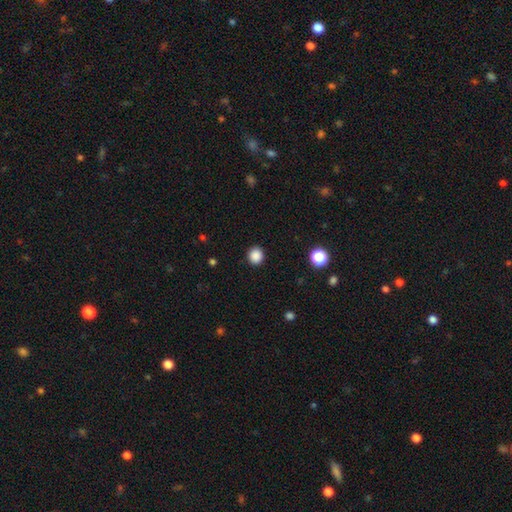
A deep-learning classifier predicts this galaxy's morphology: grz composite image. It shows a smooth galaxy with no disk features (87%) that is round (88%). Merging: none (91%).